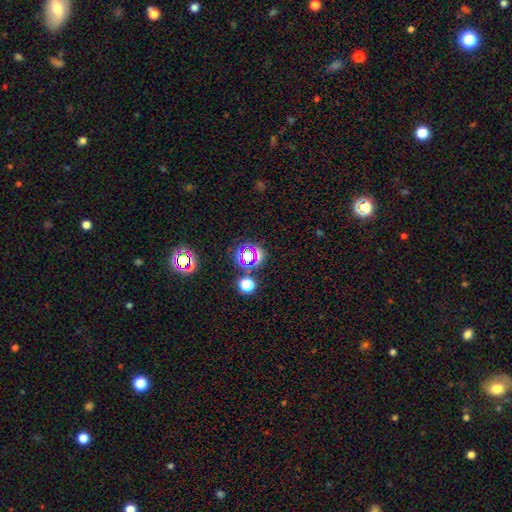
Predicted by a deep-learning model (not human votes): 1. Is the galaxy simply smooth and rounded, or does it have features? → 62% star or artifact, 28% smooth, 10% featured or disk.